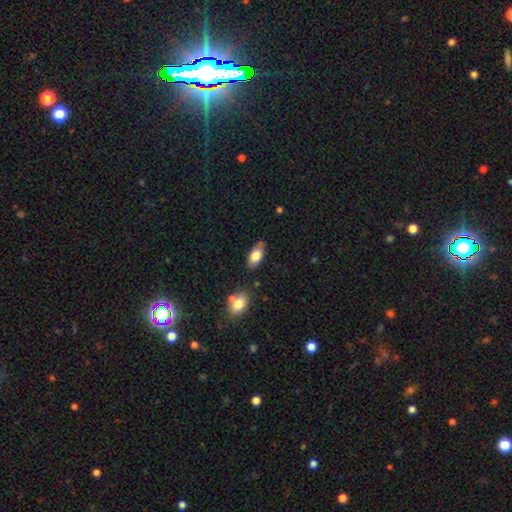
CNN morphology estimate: This appears to be a smooth galaxy with no disk features (79%) that is in between round and cigar-shaped (89%). Merging: none (73%).